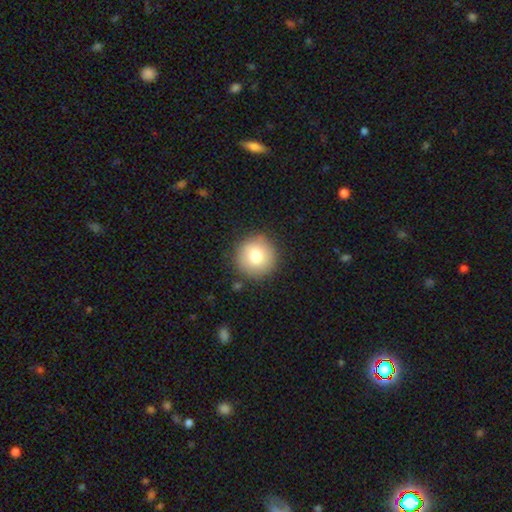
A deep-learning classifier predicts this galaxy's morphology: Smooth or featured? Predicted: smooth (p=0.78). How rounded? Predicted: round (p=0.95). Merging? Predicted: none (p=0.88).